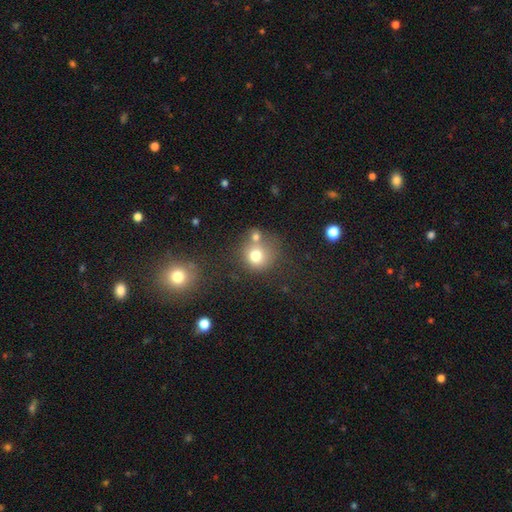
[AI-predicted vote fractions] Morphology: type=smooth (75%); roundness=round (86%); merging=none (53%).